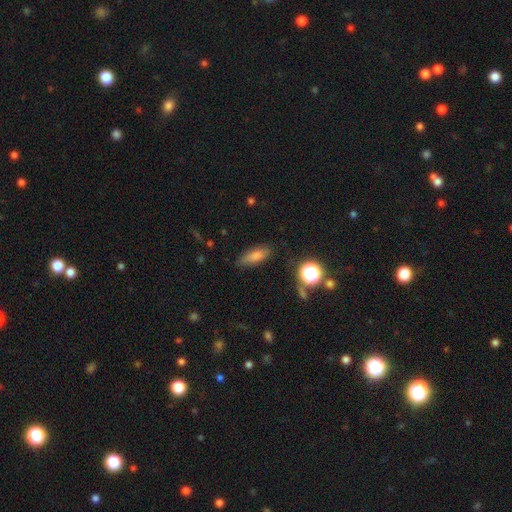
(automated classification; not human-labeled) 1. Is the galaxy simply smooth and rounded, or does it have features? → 78% smooth, 11% star or artifact, 11% featured or disk.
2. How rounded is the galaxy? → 67% in between, 28% cigar-shaped, 5% round.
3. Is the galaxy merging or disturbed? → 79% none, 15% minor disturbance, 4% major disturbance, 2% merger.